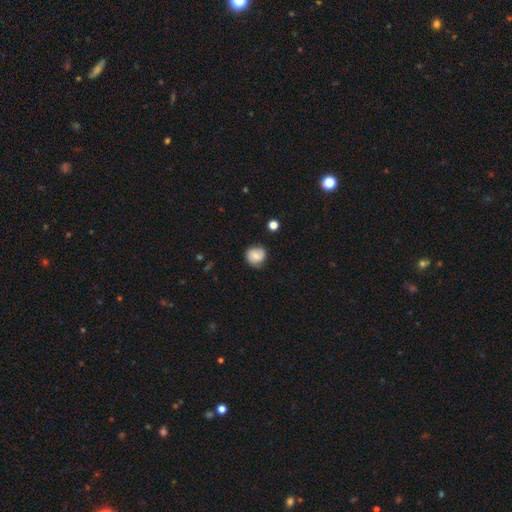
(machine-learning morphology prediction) Smooth or featured: smooth — 57% (featured or disk — 34%)
How rounded: round — 84% (in between — 15%)
Merging: none — 73% (minor disturbance — 21%)